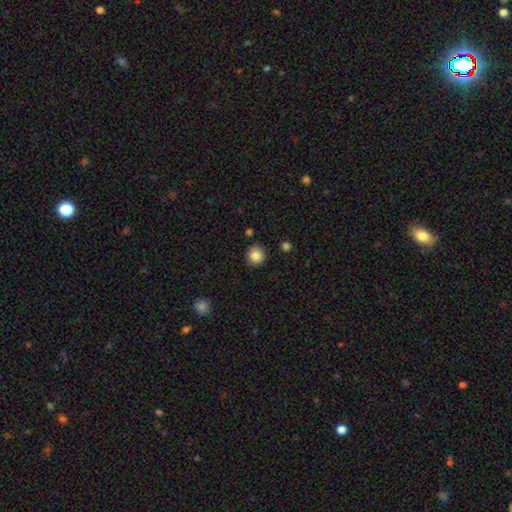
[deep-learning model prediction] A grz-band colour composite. It shows a smooth galaxy with no disk features (85%) that is round (90%). Merging: none (89%).